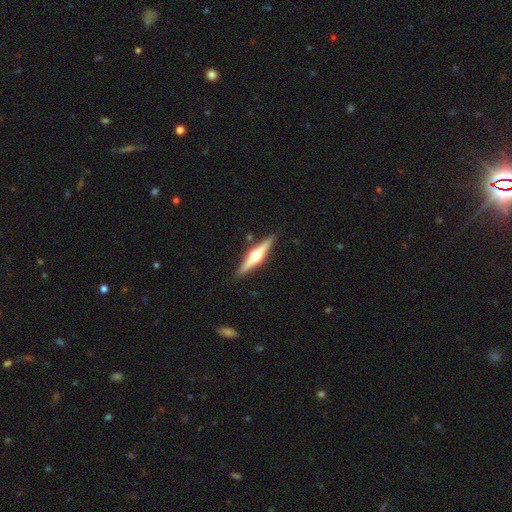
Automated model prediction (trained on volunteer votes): This appears to be a featured or disk galaxy (73%) viewed edge-on (98%) with a rounded central bulge (95%). Merging: none (89%).